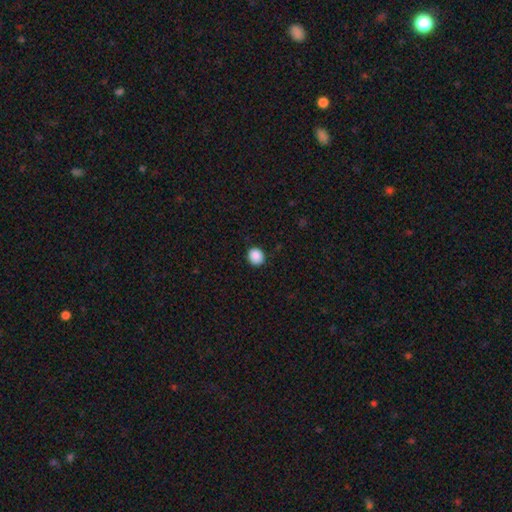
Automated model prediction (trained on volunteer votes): Smooth or featured: smooth — 89% (star or artifact — 9%)
How rounded: round — 80% (in between — 19%)
Merging: none — 90% (minor disturbance — 7%)